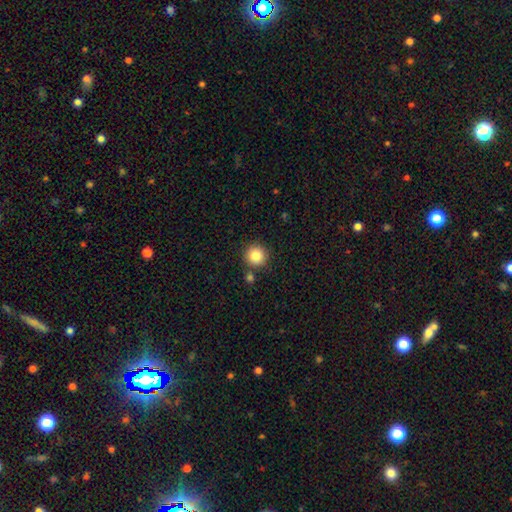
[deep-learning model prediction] A smooth galaxy with no disk features (85%) that is round (94%).

Vote fractions:
- Smooth or featured? smooth: 85% / star or artifact: 10% / featured or disk: 5%
- How rounded? round: 94% / in between: 5% / cigar-shaped: 1%
- Merging? none: 83% / minor disturbance: 8% / merger: 7% / major disturbance: 2%